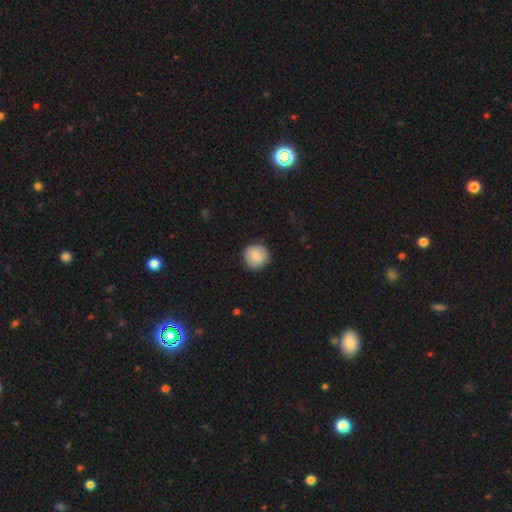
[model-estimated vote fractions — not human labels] Morphology: type=smooth (87%); roundness=round (95%); merging=none (89%).